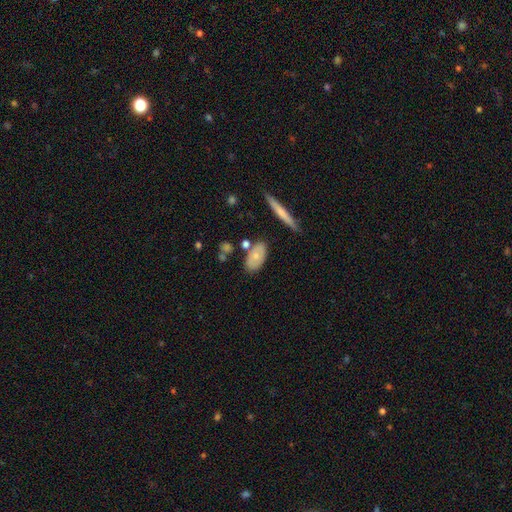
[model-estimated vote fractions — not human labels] A smooth galaxy with no disk features (64%) that is in between round and cigar-shaped (89%). Merging: none (70%).